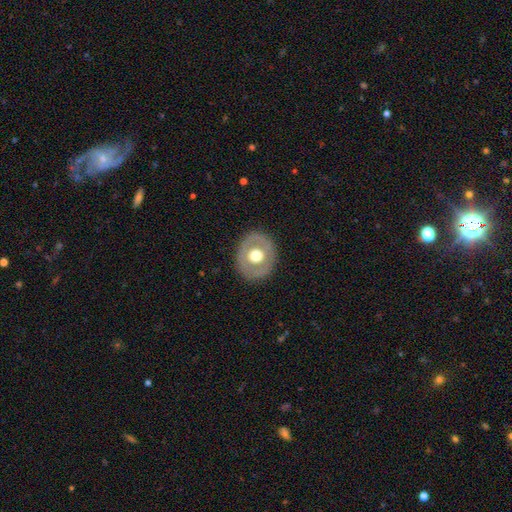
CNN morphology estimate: The model was most divided on "smooth or featured": featured or disk: 49%, smooth: 45%, star or artifact: 6%. More confident: merging — none (85%).